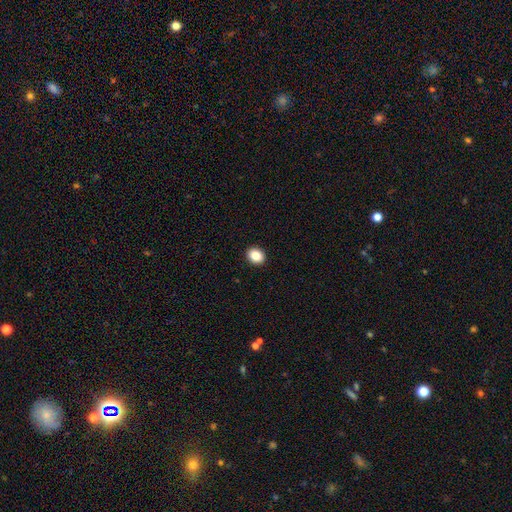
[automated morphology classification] Smooth or featured: smooth — 86% (star or artifact — 9%)
How rounded: round — 58% (in between — 41%)
Merging: none — 93% (minor disturbance — 5%)